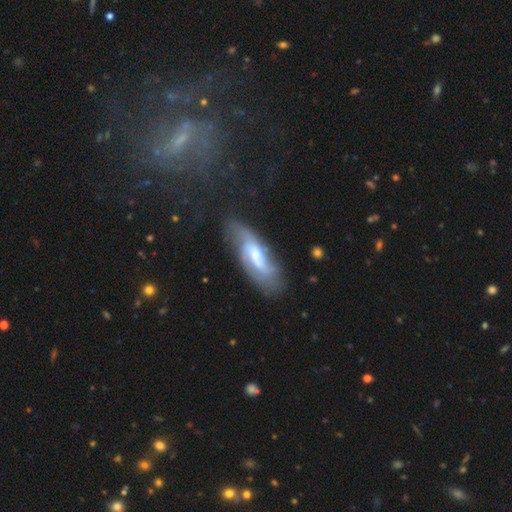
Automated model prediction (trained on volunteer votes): A featured or disk galaxy (70%) with a weak bar (45%), 2 (53%) medium (41%) spiral arms (89%) and a moderate central bulge (46%).

Vote fractions:
- Smooth or featured? featured or disk: 70% / smooth: 23% / star or artifact: 7%
- Edge-on disk? no: 87% / yes: 13%
- Bar? weak: 45% / no: 42% / strong: 13%
- Spiral arms? yes: 89% / no: 11%
- Spiral winding? medium: 41% / loose: 37% / tight: 22%
- Spiral arm count? 2: 53% / can't tell: 26% / 3: 10% / 1: 5% / 4: 3% / more than 4: 2%
- Bulge size? moderate: 46% / small: 39% / large: 8% / none: 6% / dominant: 1%
- Merging? none: 59% / minor disturbance: 24% / major disturbance: 13% / merger: 3%